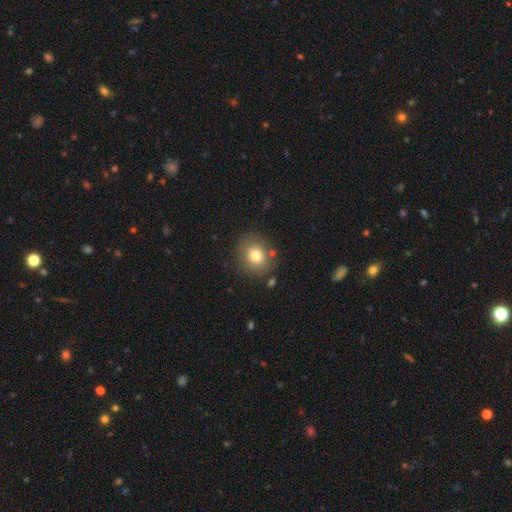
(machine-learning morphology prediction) type=smooth (77%); roundness=round (75%); merging=none (81%).